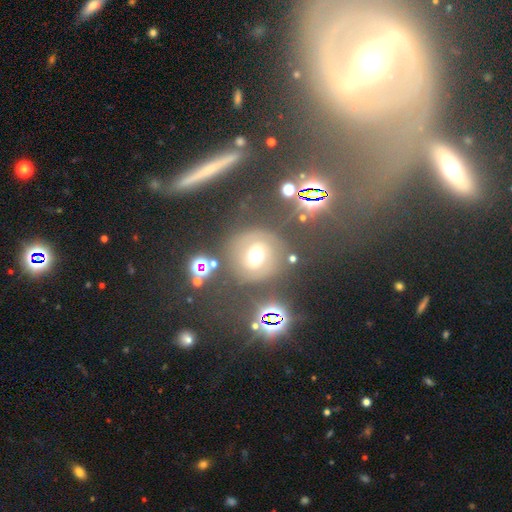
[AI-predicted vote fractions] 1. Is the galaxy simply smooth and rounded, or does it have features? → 42% featured or disk, 34% smooth, 24% star or artifact.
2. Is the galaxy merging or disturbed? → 71% none, 12% minor disturbance, 11% major disturbance, 5% merger.